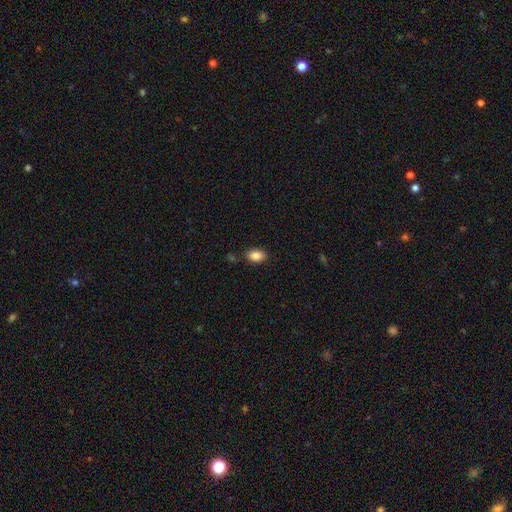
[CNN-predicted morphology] Smooth or featured? Predicted: smooth (p=0.85). How rounded? Predicted: in between (p=0.84). Merging? Predicted: none (p=0.84).